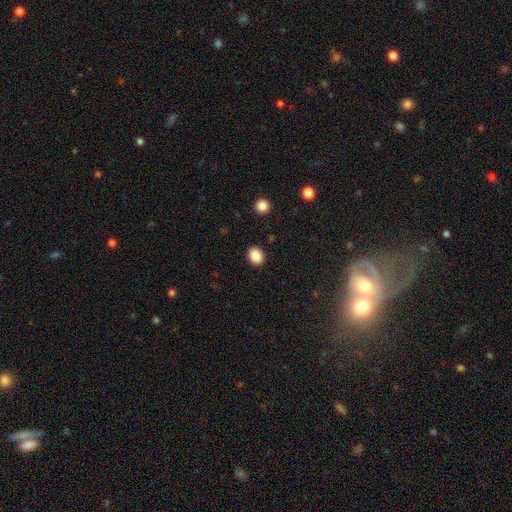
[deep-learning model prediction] Smooth or featured: smooth — 88% (star or artifact — 9%)
How rounded: round — 61% (in between — 38%)
Merging: none — 90% (minor disturbance — 6%)